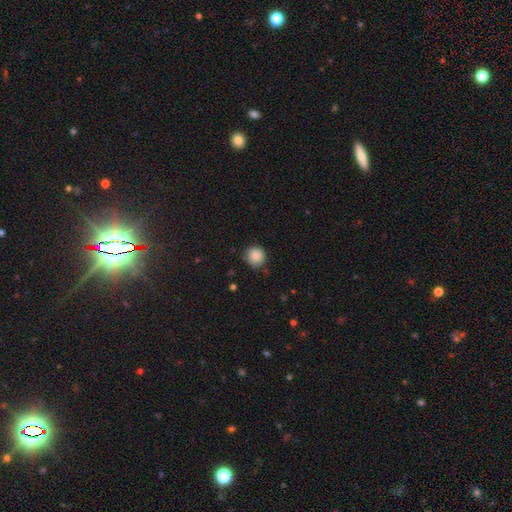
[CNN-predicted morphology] The model was most divided on "merging": none: 78%, minor disturbance: 17%, major disturbance: 3%, merger: 1%. More confident: how rounded — round (92%); smooth or featured — smooth (86%).